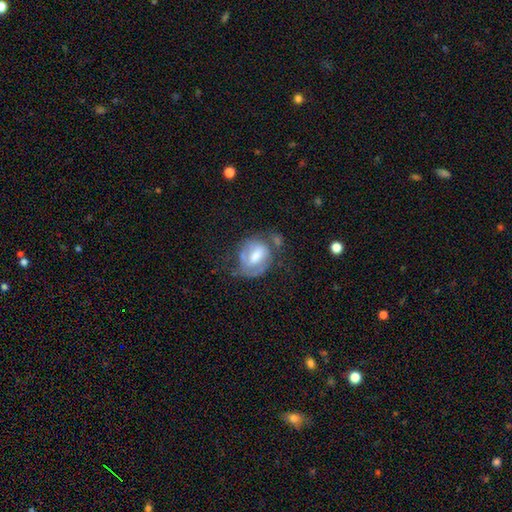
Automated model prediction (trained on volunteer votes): featured or disk 58%, smooth 35%, star or artifact 7%. Down the decision tree: edge-on disk — no (96%); bar — weak (47%); spiral arms — yes (60%); bulge size — moderate (55%); merging — none (41%).